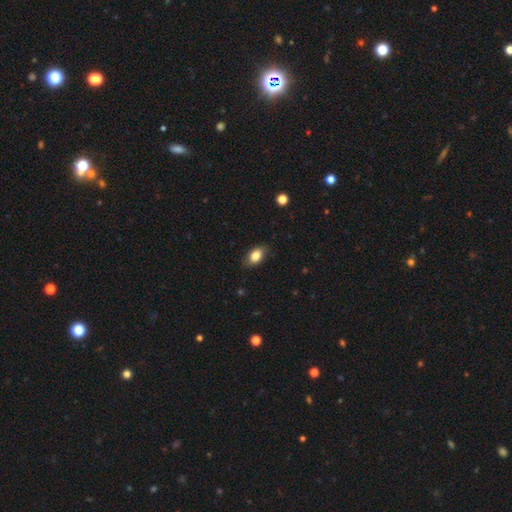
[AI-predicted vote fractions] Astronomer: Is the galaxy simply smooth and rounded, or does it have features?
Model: smooth — 83%.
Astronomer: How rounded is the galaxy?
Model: in between — 87%.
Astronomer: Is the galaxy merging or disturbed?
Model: none — 83%.